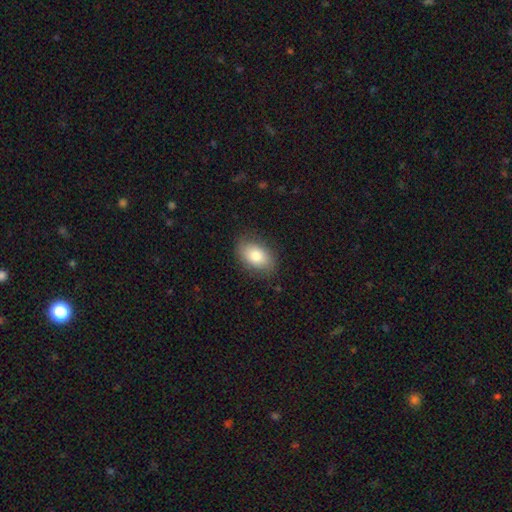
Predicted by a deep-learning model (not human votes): The model was most divided on "smooth or featured": smooth: 79%, featured or disk: 13%, star or artifact: 7%. More confident: how rounded — in between (89%); merging — none (82%).